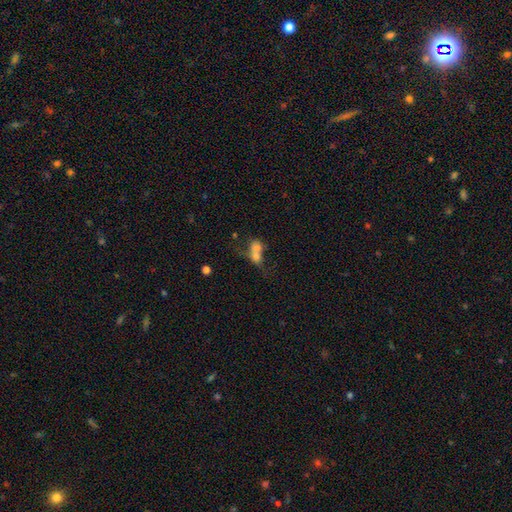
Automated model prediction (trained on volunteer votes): Overall: smooth (67%). How rounded: in between (50%; round 47%). Merging: merger (70%).